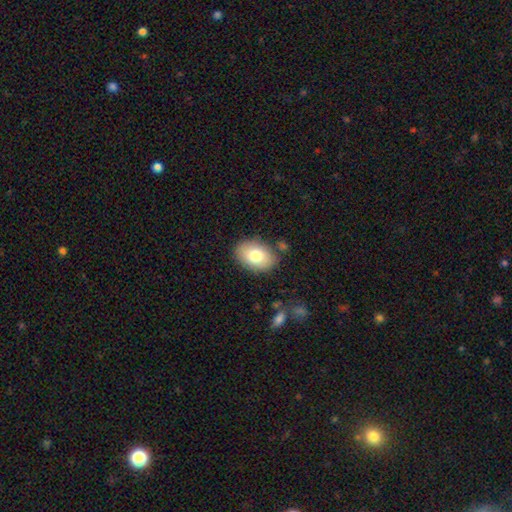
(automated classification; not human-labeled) This is likely a smooth galaxy (78%). How rounded: clearly in between (85%). Merging: clearly none (82%).